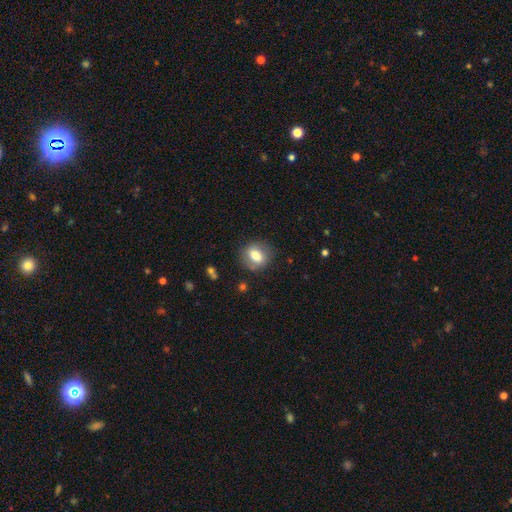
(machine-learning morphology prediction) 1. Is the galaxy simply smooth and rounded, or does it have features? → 74% smooth, 17% featured or disk, 8% star or artifact.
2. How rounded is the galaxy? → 56% round, 42% in between, 2% cigar-shaped.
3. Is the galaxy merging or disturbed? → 82% none, 12% minor disturbance, 4% major disturbance, 2% merger.